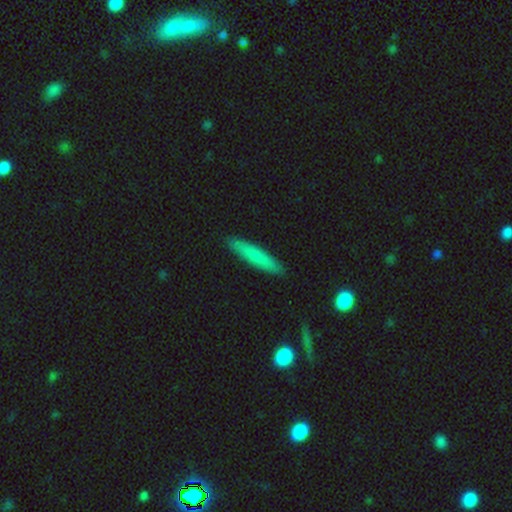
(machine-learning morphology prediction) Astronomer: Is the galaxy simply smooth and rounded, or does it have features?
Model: smooth — 76%.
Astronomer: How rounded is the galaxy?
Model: cigar-shaped — 91%.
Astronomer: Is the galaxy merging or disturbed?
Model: none — 90%.